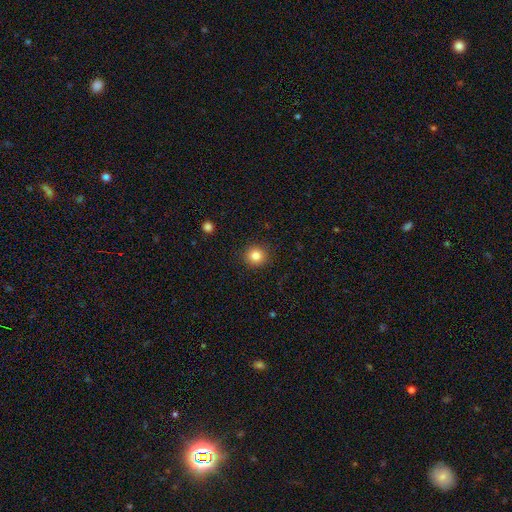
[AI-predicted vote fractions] A smooth galaxy with no disk features (83%) that is round (93%). Merging: none (91%).